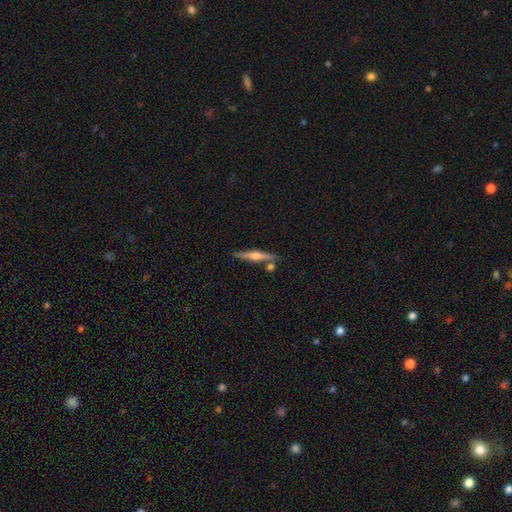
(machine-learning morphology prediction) The model was most divided on "smooth or featured": featured or disk: 66%, smooth: 28%, star or artifact: 6%. More confident: edge-on disk — yes (97%); edge-on bulge — rounded (84%); merging — none (80%).